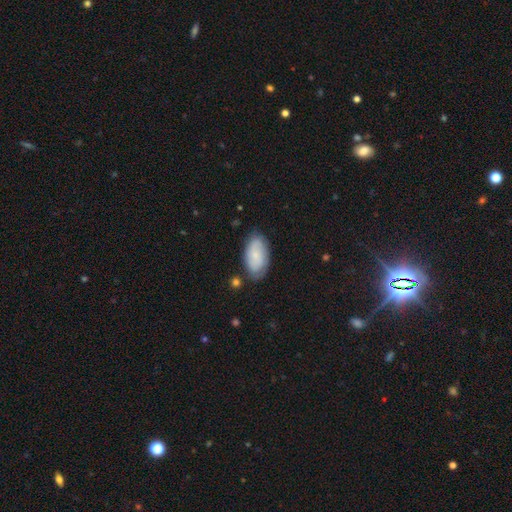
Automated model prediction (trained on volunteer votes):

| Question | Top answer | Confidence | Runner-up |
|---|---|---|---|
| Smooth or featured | smooth | 61% | featured or disk (32%) |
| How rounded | in between | 94% | round (3%) |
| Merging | none | 73% | minor disturbance (20%) |